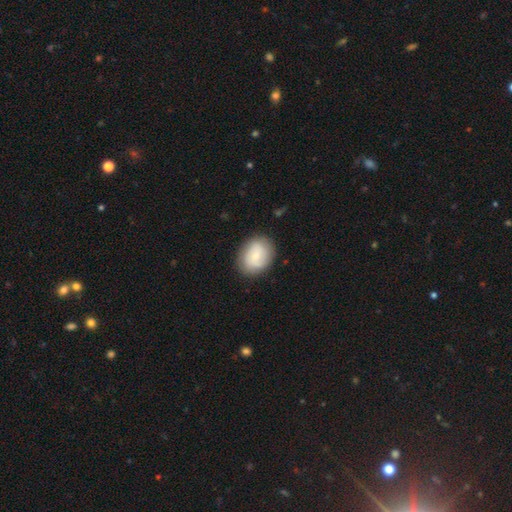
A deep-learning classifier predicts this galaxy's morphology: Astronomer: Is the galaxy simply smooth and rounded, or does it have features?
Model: smooth — 67%.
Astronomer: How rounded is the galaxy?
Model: in between — 54% (runner-up: round, 45%).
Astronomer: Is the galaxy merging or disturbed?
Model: none — 83%.